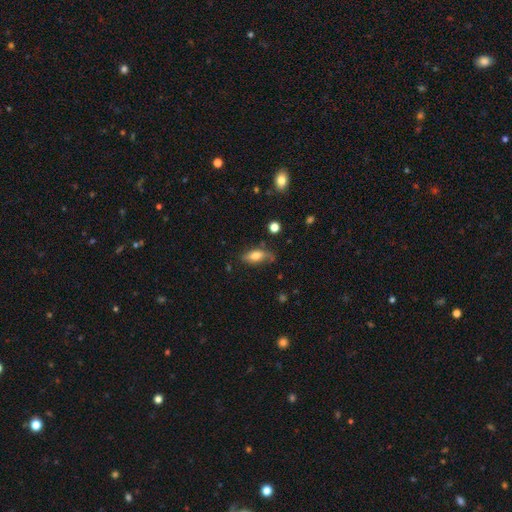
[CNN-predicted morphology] Smooth or featured: smooth — 65% (featured or disk — 26%)
How rounded: in between — 79% (cigar-shaped — 16%)
Merging: none — 56% (minor disturbance — 29%)